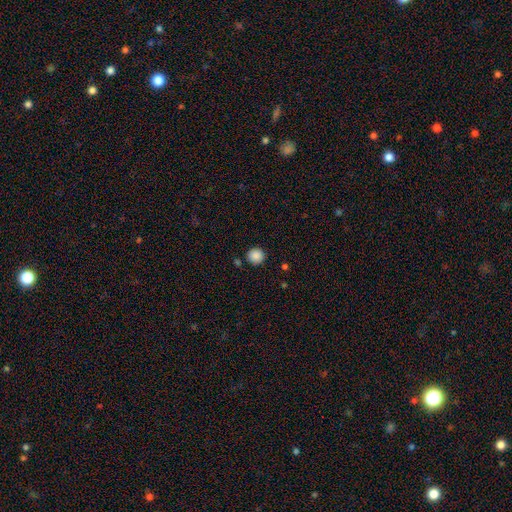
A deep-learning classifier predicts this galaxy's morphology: Q: Smooth or featured?
A: smooth (88%); runner-up: star or artifact (9%)
Q: How rounded?
A: round (94%); runner-up: in between (5%)
Q: Merging?
A: none (88%); runner-up: minor disturbance (7%)